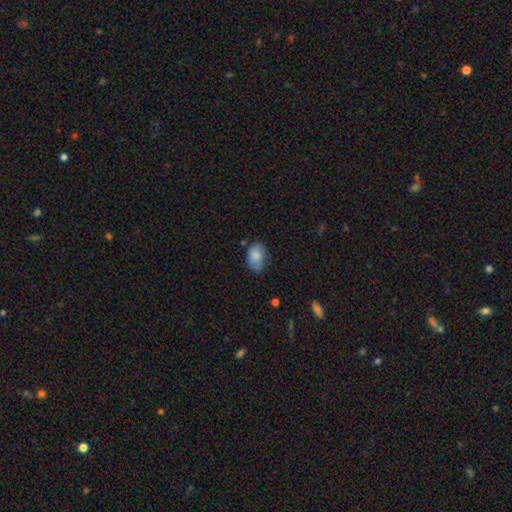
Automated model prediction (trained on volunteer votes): This appears to be a smooth galaxy with no disk features (83%) that is in between round and cigar-shaped (82%). Merging: none (52%).